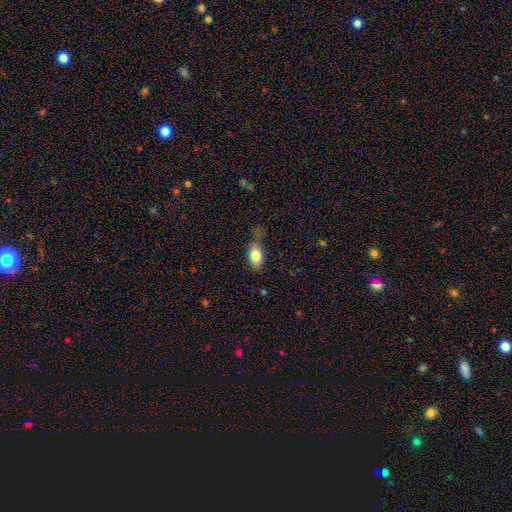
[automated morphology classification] smooth 81%, featured or disk 12%, star or artifact 8%. Down the decision tree: how rounded — in between (88%); merging — none (56%).